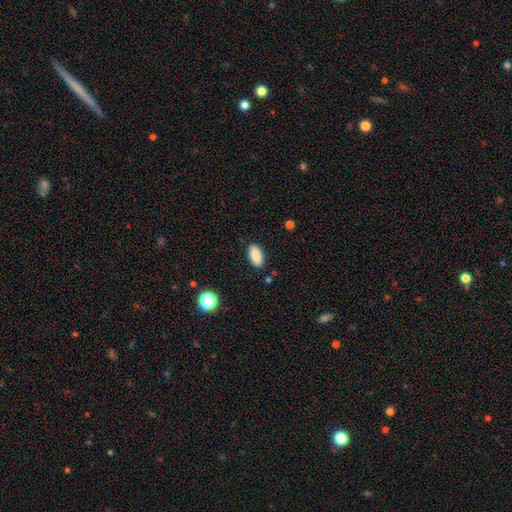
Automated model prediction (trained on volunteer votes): A smooth galaxy with no disk features (88%) that is in between round and cigar-shaped (90%). Merging: none (86%).